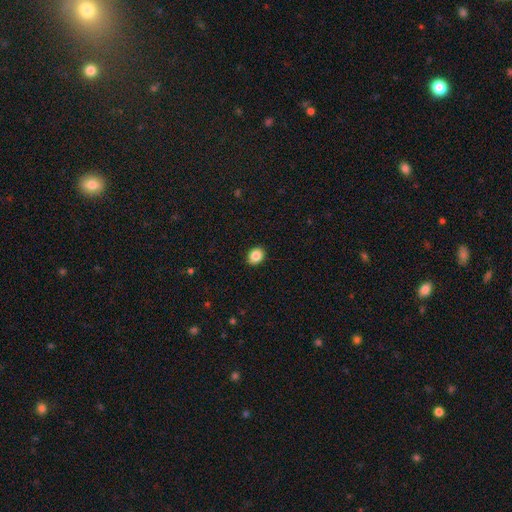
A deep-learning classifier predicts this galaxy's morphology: Smooth or featured?
  - smooth: 86% *
  - star or artifact: 9%
  - featured or disk: 5%
How rounded?
  - round: 57% *
  - in between: 43%
  - cigar-shaped: 1%
Merging?
  - none: 91% *
  - minor disturbance: 7%
  - major disturbance: 2%
  - merger: 1%